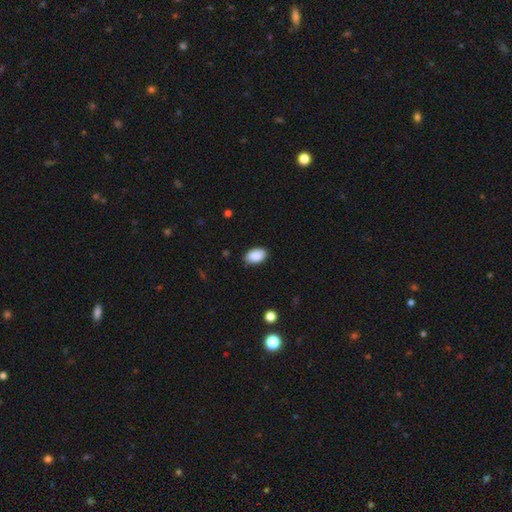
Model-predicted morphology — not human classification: Smooth or featured?
  - smooth: 90% *
  - star or artifact: 7%
  - featured or disk: 4%
How rounded?
  - in between: 93% *
  - round: 6%
  - cigar-shaped: 1%
Merging?
  - none: 86% *
  - minor disturbance: 11%
  - major disturbance: 2%
  - merger: 1%